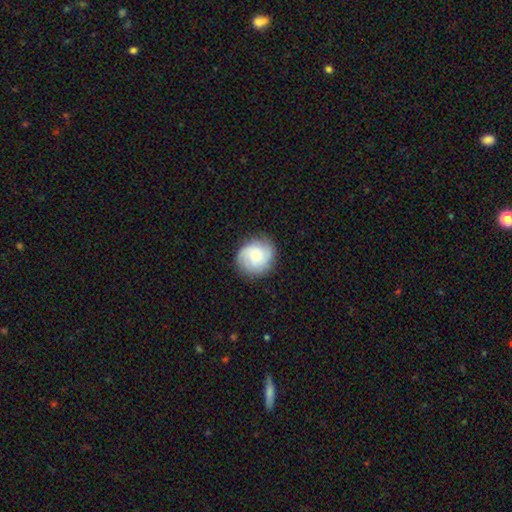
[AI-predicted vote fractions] Q: Smooth or featured?
A: smooth (49%); runner-up: featured or disk (43%)
Q: Merging?
A: none (80%); runner-up: minor disturbance (15%)